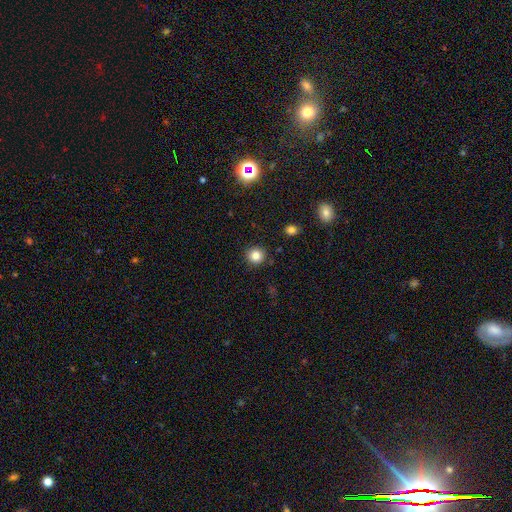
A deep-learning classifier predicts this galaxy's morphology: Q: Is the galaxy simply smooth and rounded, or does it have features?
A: smooth — 83%.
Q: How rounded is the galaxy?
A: round — 92%.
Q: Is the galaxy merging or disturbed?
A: none — 90%.